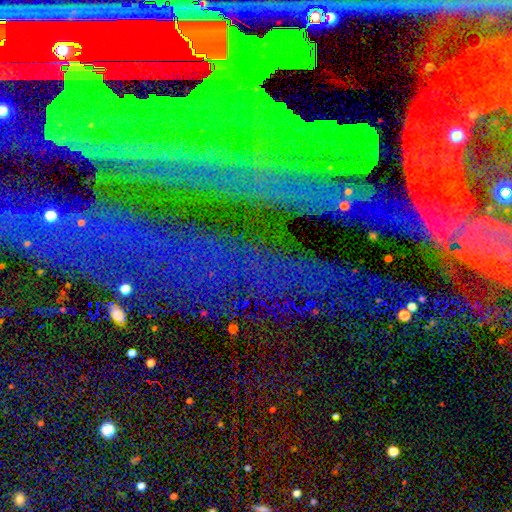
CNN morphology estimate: type=star or artifact (78%).